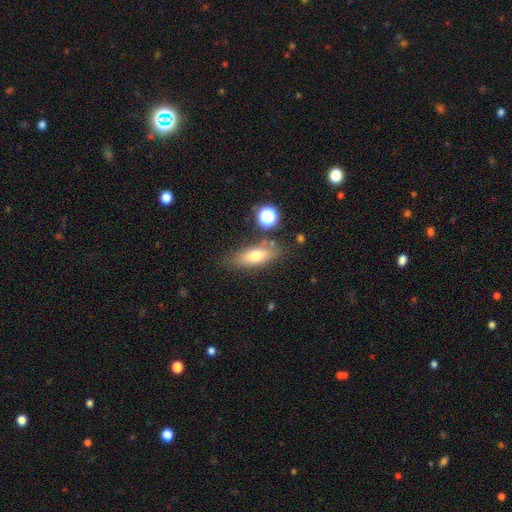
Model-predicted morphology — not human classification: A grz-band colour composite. It shows a smooth galaxy with no disk features (68%) that is in between round and cigar-shaped (66%). Merging: none (74%).